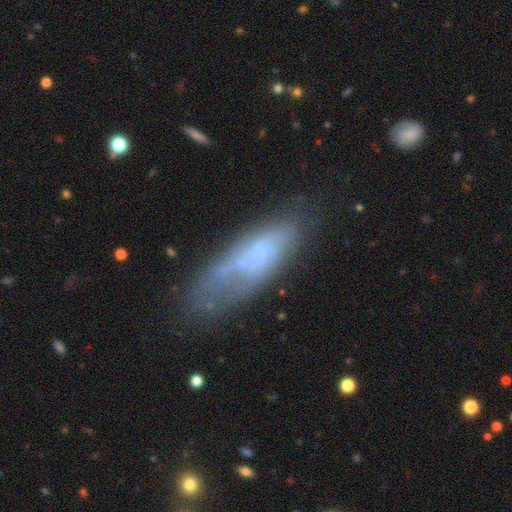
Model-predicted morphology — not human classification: type=smooth (48%); merging=none (52%).